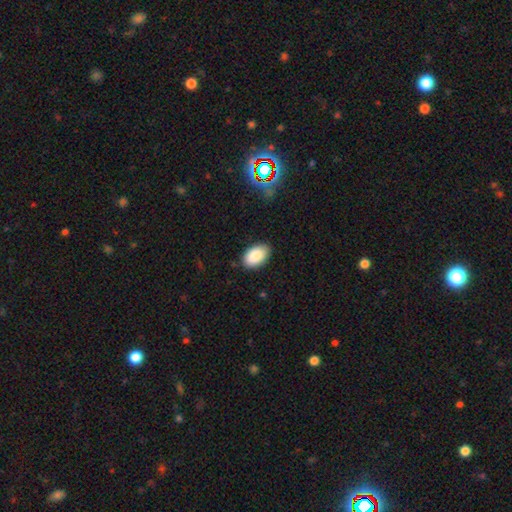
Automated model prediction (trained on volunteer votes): Smooth or featured?
  - smooth: 88% *
  - star or artifact: 7%
  - featured or disk: 6%
How rounded?
  - in between: 93% *
  - round: 6%
  - cigar-shaped: 1%
Merging?
  - none: 86% *
  - minor disturbance: 11%
  - major disturbance: 2%
  - merger: 1%